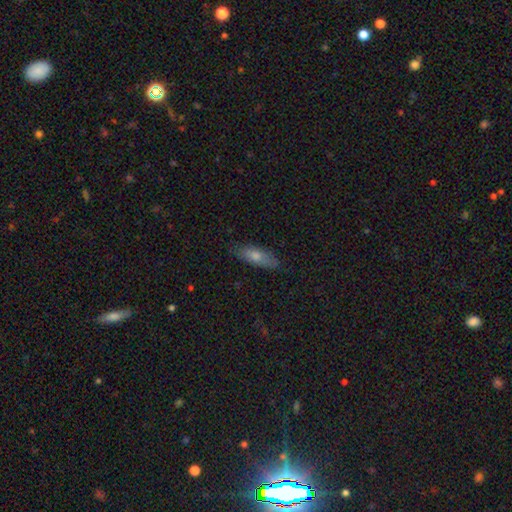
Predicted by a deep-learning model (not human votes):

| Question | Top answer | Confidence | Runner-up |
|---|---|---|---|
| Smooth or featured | smooth | 63% | featured or disk (29%) |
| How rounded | in between | 50% | cigar-shaped (47%) |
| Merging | none | 84% | minor disturbance (13%) |